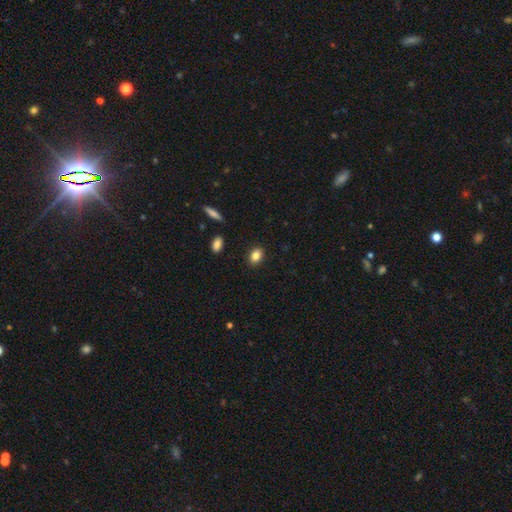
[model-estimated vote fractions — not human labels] smooth_or_featured: smooth (p=0.84) [alt: star or artifact p=0.09]
how_rounded: in between (p=0.74) [alt: round p=0.24]
merging: none (p=0.89) [alt: minor disturbance p=0.08]